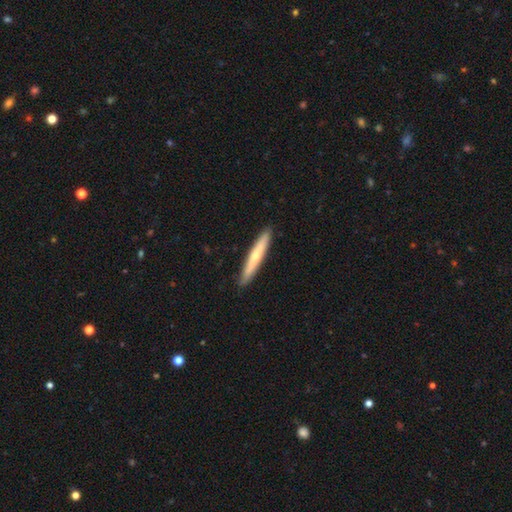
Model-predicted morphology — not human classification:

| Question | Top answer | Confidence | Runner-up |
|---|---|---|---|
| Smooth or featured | smooth | 51% | featured or disk (44%) |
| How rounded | cigar-shaped | 94% | in between (4%) |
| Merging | none | 90% | minor disturbance (7%) |